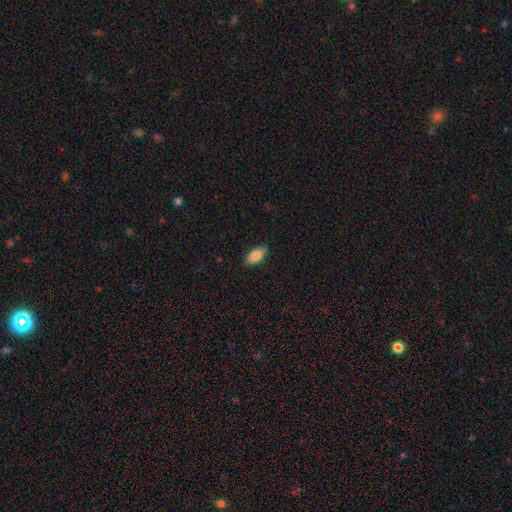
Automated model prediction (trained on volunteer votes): smooth 86%, featured or disk 7%, star or artifact 6%. Down the decision tree: how rounded — in between (87%); merging — none (85%).